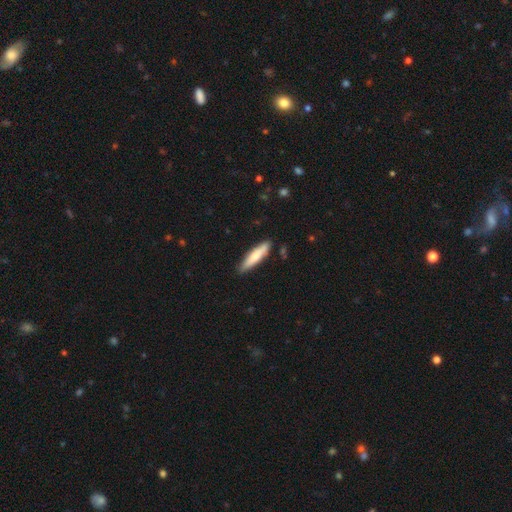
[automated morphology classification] Smooth or featured? smooth (70%)
How rounded? cigar-shaped (79%)
Merging? none (86%)